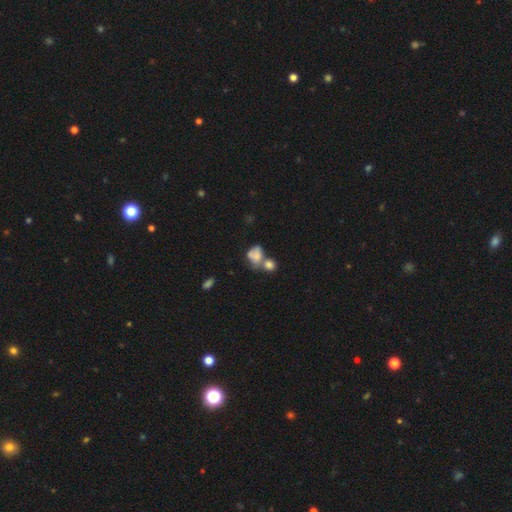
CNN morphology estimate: This appears to be a smooth galaxy with no disk features (69%) that is in between round and cigar-shaped (54%). Merging: merger (52%).